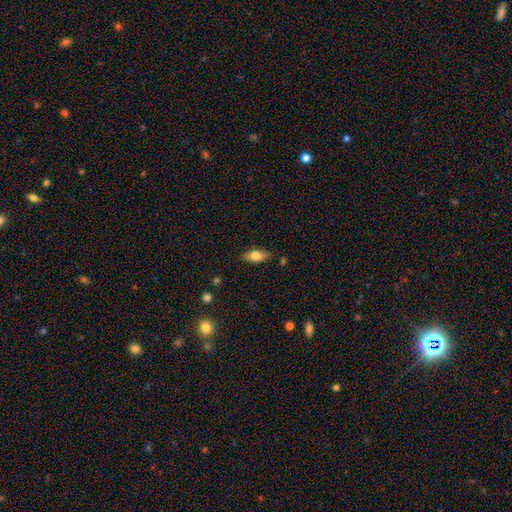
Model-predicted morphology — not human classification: type=smooth (71%); roundness=in between (78%); merging=none (83%).